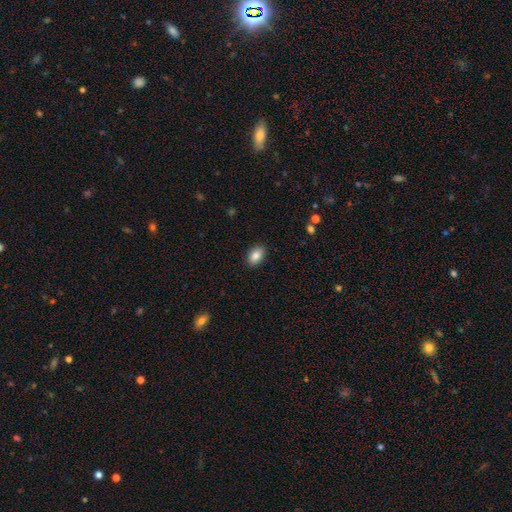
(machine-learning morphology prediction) The model was most divided on "how rounded": in between: 88%, round: 11%, cigar-shaped: 1%. More confident: merging — none (89%); smooth or featured — smooth (86%).